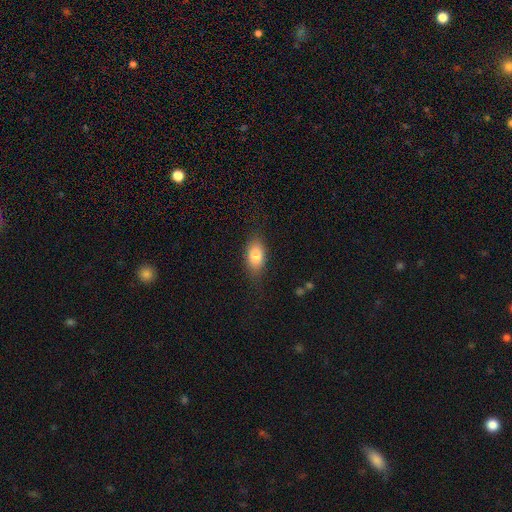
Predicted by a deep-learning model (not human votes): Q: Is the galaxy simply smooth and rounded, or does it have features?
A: smooth — 83%.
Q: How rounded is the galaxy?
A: in between — 87%.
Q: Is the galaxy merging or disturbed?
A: none — 76%.